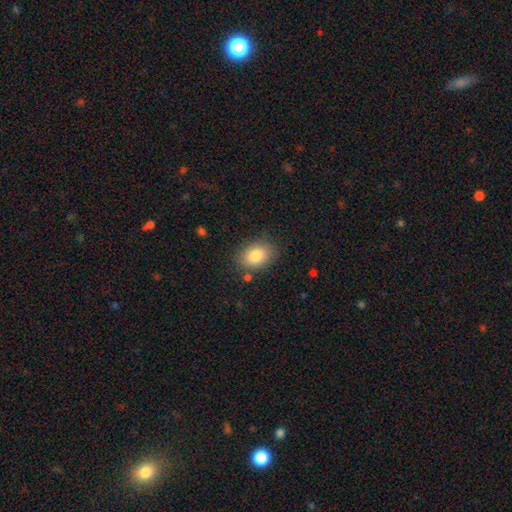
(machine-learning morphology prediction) This is clearly a smooth galaxy (85%). How rounded: clearly in between (80%). Merging: clearly none (80%).